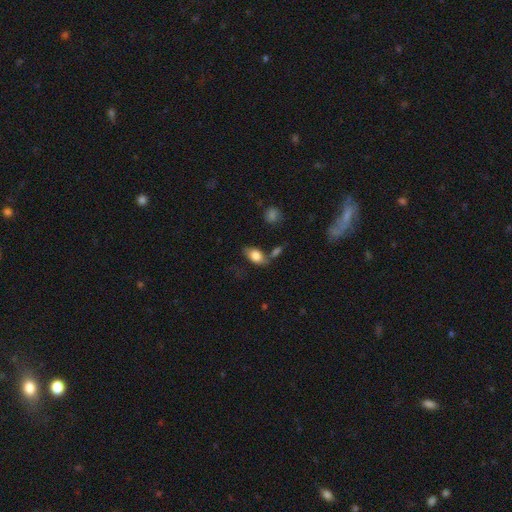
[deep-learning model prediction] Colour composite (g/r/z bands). It shows a smooth galaxy with no disk features (80%) that is in between round and cigar-shaped (89%). Merging: none (60%).